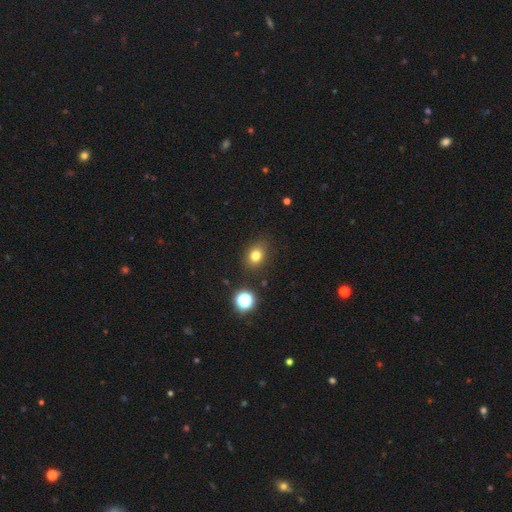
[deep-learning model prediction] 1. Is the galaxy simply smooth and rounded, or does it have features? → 77% smooth, 15% star or artifact, 8% featured or disk.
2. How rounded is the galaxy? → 52% in between, 47% round, 1% cigar-shaped.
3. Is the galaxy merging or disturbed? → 82% none, 12% minor disturbance, 3% major disturbance, 2% merger.